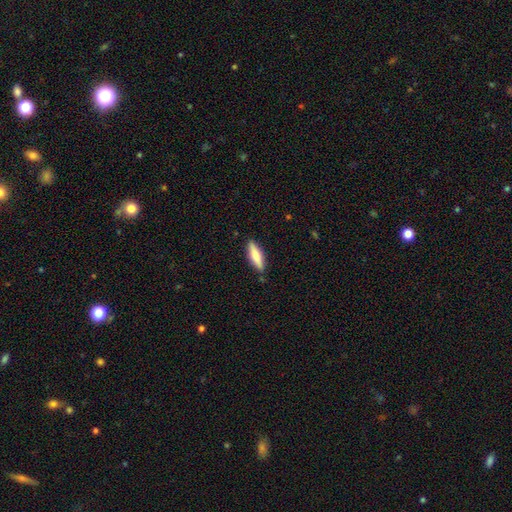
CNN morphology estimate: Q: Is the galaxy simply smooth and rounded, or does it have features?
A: smooth — 72%.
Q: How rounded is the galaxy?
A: cigar-shaped — 60%.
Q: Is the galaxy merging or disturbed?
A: none — 86%.